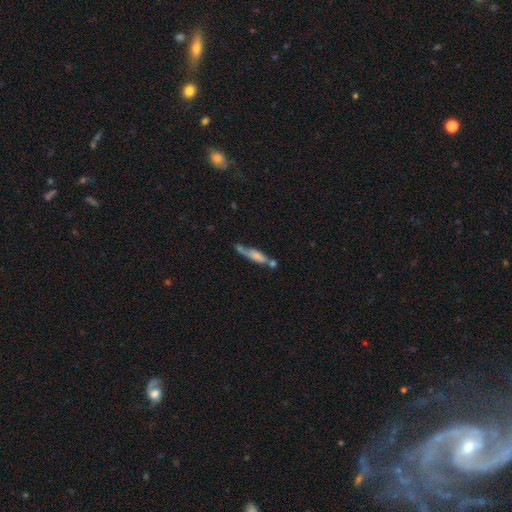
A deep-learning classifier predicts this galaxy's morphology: Q: Smooth or featured?
A: smooth (59%); runner-up: featured or disk (34%)
Q: How rounded?
A: cigar-shaped (76%); runner-up: in between (21%)
Q: Merging?
A: none (37%); runner-up: merger (31%)